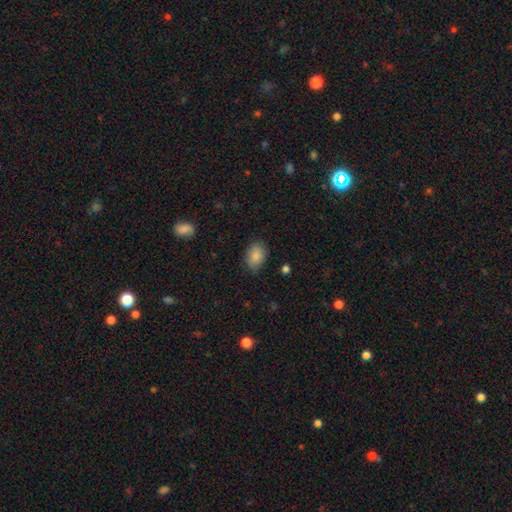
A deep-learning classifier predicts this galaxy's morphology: smooth-or-featured: smooth: 88% | star or artifact: 8% | featured or disk: 5%
  how-rounded: in between: 82% | round: 17% | cigar-shaped: 1%
  merging: none: 80% | minor disturbance: 15% | major disturbance: 3% | merger: 1%